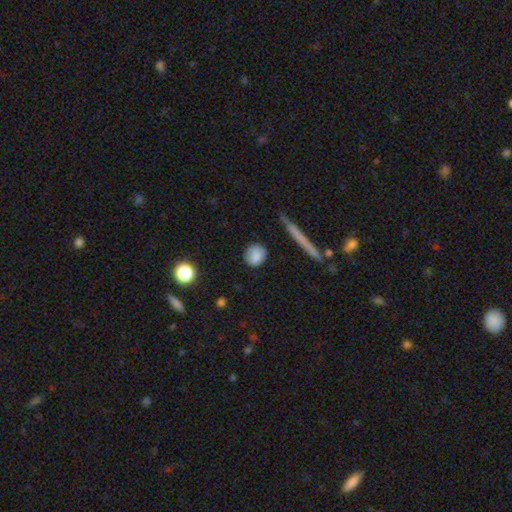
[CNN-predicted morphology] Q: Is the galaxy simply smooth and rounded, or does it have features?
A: smooth — 84%.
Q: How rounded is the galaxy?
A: round — 77%.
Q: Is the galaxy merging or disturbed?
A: none — 80%.